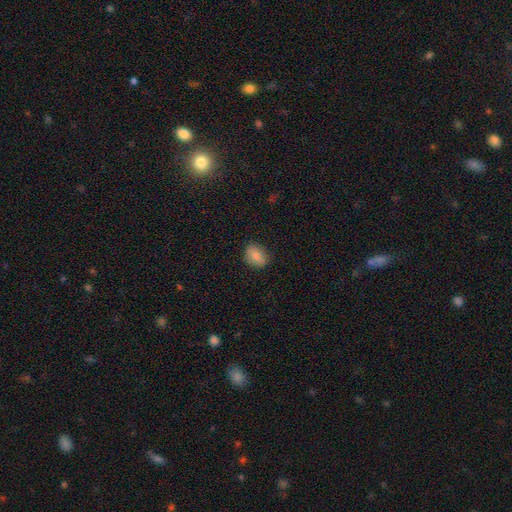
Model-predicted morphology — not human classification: Smooth or featured? Predicted: smooth (p=0.78). How rounded? Predicted: in between (p=0.60). Merging? Predicted: none (p=0.82).